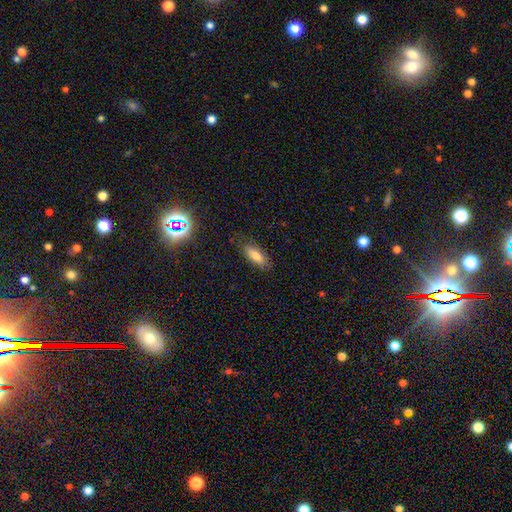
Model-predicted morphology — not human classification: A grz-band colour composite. It shows a smooth galaxy with no disk features (76%) that is in between round and cigar-shaped (67%). Merging: none (80%).